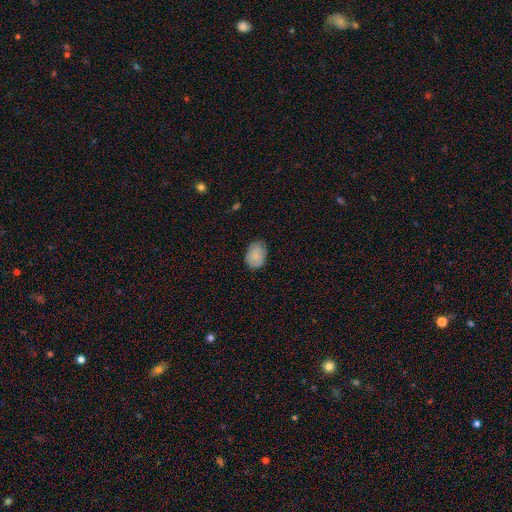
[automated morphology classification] Smooth or featured: smooth — 82% (featured or disk — 10%)
How rounded: in between — 74% (round — 25%)
Merging: none — 72% (minor disturbance — 23%)